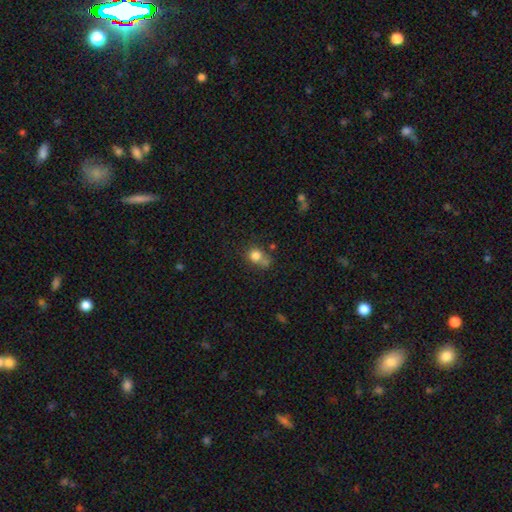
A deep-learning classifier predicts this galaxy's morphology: The model was most divided on "merging": none: 49%, merger: 27%, minor disturbance: 17%, major disturbance: 8%. More confident: smooth or featured — smooth (80%); how rounded — round (78%).